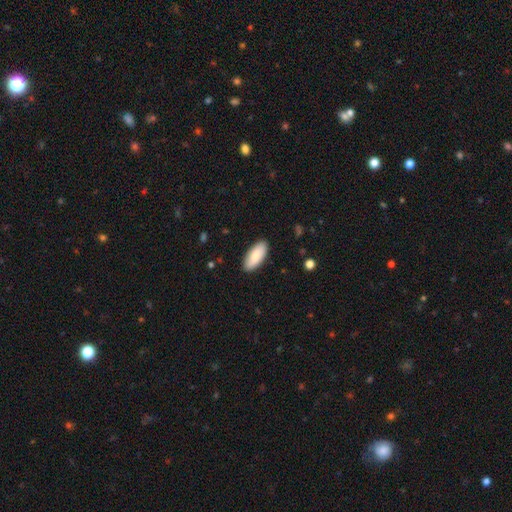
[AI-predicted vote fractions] Overall: smooth (84%). How rounded: in between (87%). Merging: none (89%).